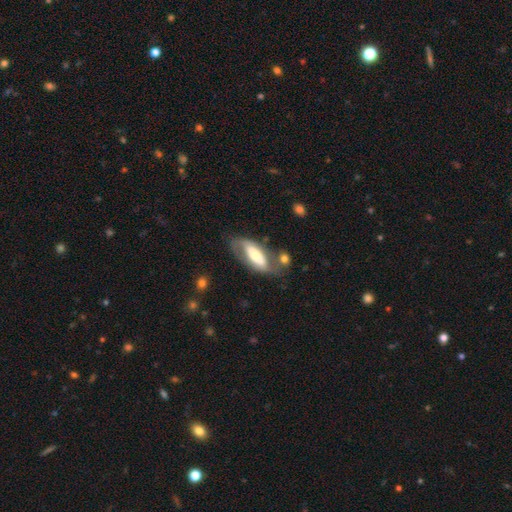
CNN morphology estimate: Smooth or featured? Predicted: featured or disk (p=0.52). Edge-on disk? Predicted: no (p=0.82). Merging? Predicted: none (p=0.53).